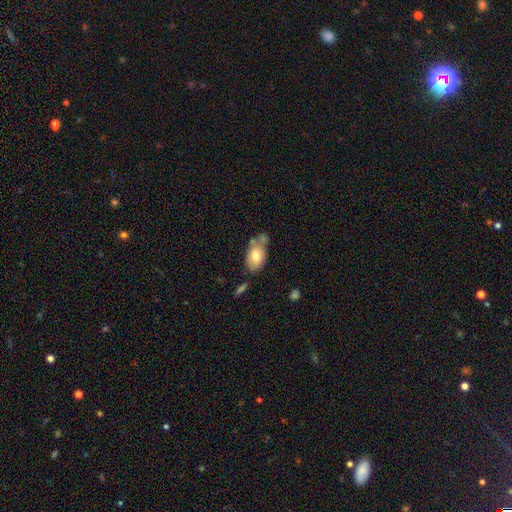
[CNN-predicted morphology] The model was most divided on "merging": none: 49%, minor disturbance: 23%, merger: 21%, major disturbance: 7%. More confident: how rounded — in between (88%); smooth or featured — smooth (73%).